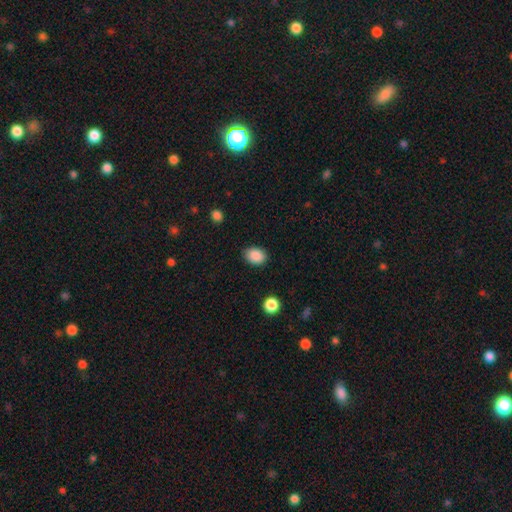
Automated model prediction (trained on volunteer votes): Smooth or featured? Predicted: smooth (p=0.89). How rounded? Predicted: in between (p=0.63). Merging? Predicted: none (p=0.83).